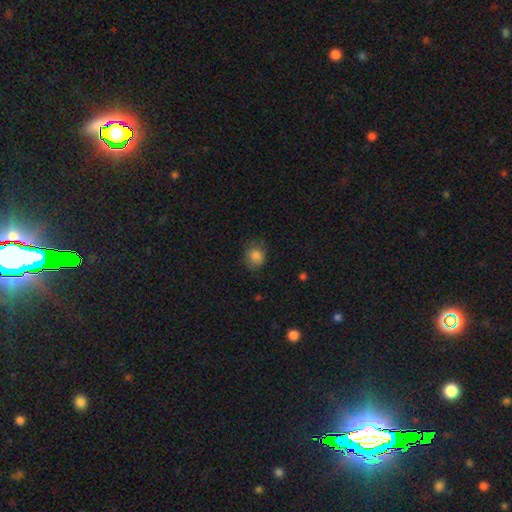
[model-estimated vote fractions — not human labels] smooth-or-featured: smooth: 83% | star or artifact: 10% | featured or disk: 7%
  how-rounded: round: 70% | in between: 29% | cigar-shaped: 1%
  merging: none: 71% | minor disturbance: 21% | major disturbance: 7% | merger: 1%